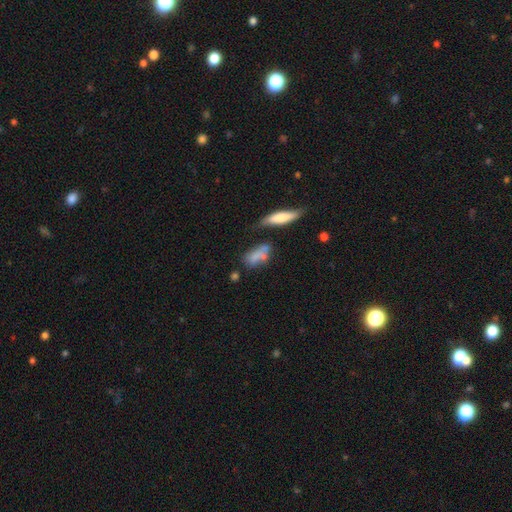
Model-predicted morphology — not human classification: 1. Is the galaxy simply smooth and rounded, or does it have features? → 70% smooth, 20% featured or disk, 10% star or artifact.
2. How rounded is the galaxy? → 67% in between, 27% cigar-shaped, 5% round.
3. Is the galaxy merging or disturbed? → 43% none, 24% merger, 22% minor disturbance, 12% major disturbance.